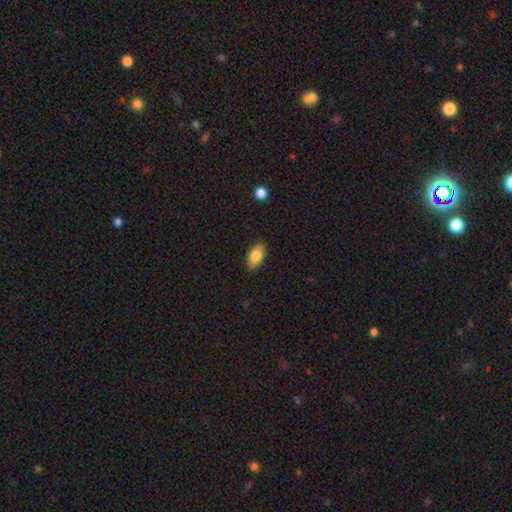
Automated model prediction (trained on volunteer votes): smooth 83%, featured or disk 10%, star or artifact 7%. Down the decision tree: how rounded — in between (93%); merging — none (88%).